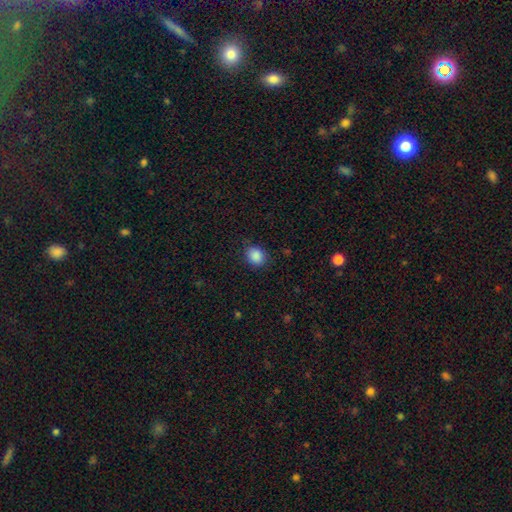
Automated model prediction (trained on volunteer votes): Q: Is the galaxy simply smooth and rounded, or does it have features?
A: smooth — 88%.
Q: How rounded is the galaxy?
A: round — 53%.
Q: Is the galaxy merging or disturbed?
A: none — 83%.